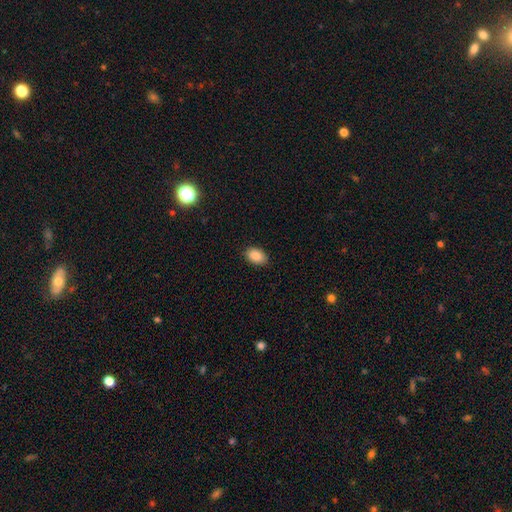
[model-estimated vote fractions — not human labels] Q: Smooth or featured?
A: smooth (88%); runner-up: star or artifact (8%)
Q: How rounded?
A: in between (87%); runner-up: round (12%)
Q: Merging?
A: none (86%); runner-up: minor disturbance (11%)